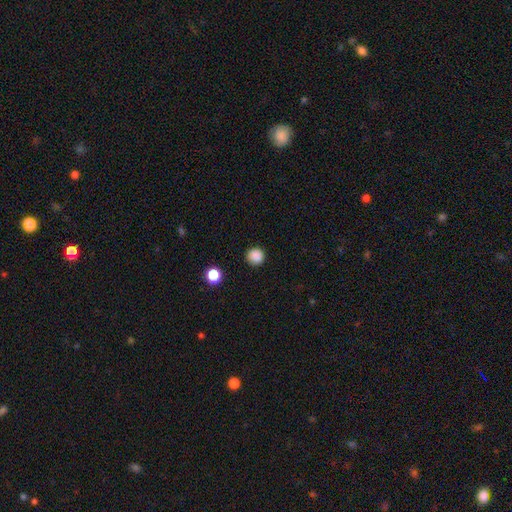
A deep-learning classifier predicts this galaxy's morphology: The model was most divided on "smooth or featured": smooth: 87%, star or artifact: 11%, featured or disk: 3%. More confident: how rounded — round (94%); merging — none (91%).